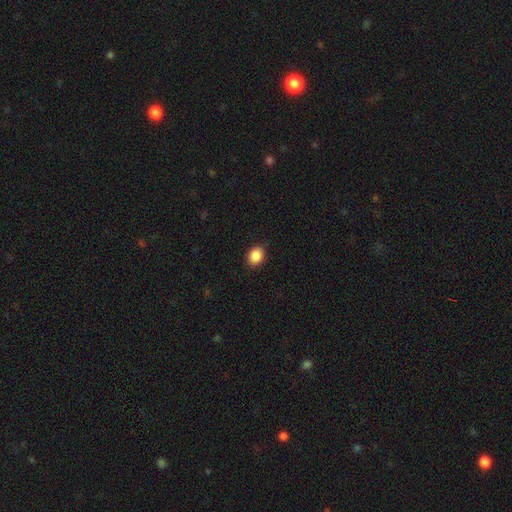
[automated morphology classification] smooth 89%, star or artifact 8%, featured or disk 3%. Down the decision tree: how rounded — in between (50%); merging — none (89%).